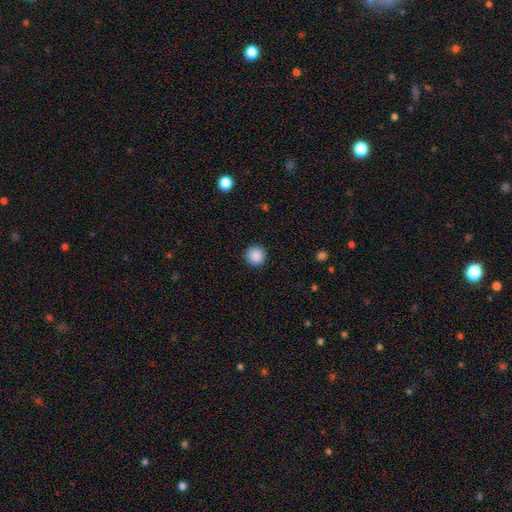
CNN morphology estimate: The model was most divided on "smooth or featured": smooth: 88%, star or artifact: 9%, featured or disk: 3%. More confident: how rounded — round (96%); merging — none (92%).